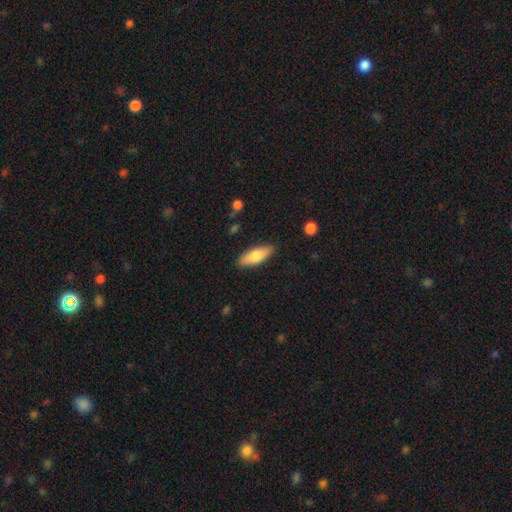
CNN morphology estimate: smooth 78%, featured or disk 17%, star or artifact 6%. Down the decision tree: how rounded — in between (68%); merging — none (87%).